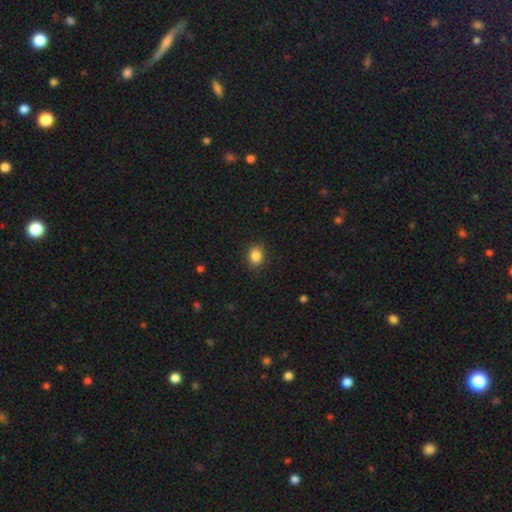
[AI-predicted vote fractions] Overall: smooth (86%). How rounded: round (54%; in between 45%). Merging: none (89%).